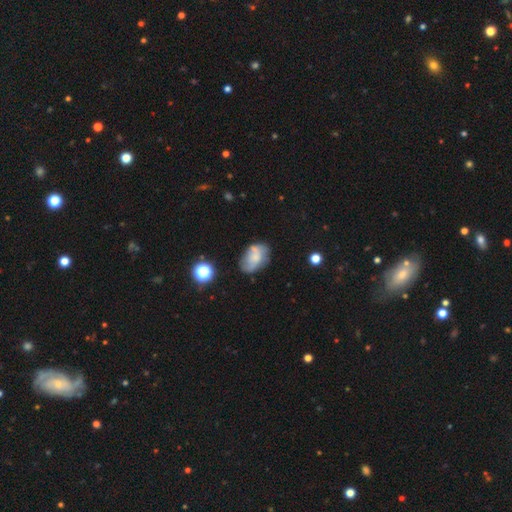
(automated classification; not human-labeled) A smooth galaxy with no disk features (57%) that is in between round and cigar-shaped (86%).

Vote fractions:
- Smooth or featured? smooth: 57% / featured or disk: 32% / star or artifact: 10%
- How rounded? in between: 86% / round: 13% / cigar-shaped: 1%
- Merging? none: 54% / minor disturbance: 28% / major disturbance: 11% / merger: 6%